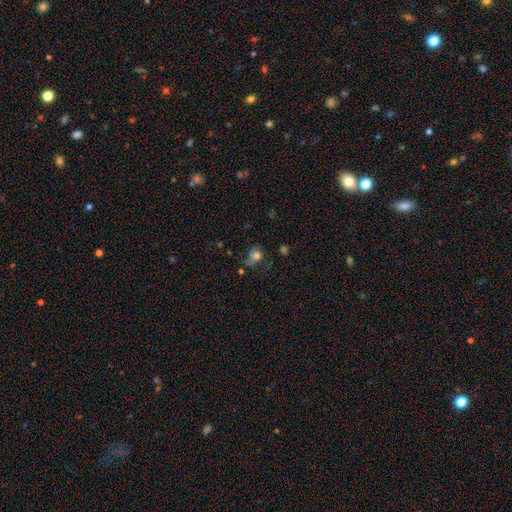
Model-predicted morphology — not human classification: type=smooth (68%); roundness=round (50%); merging=none (38%).